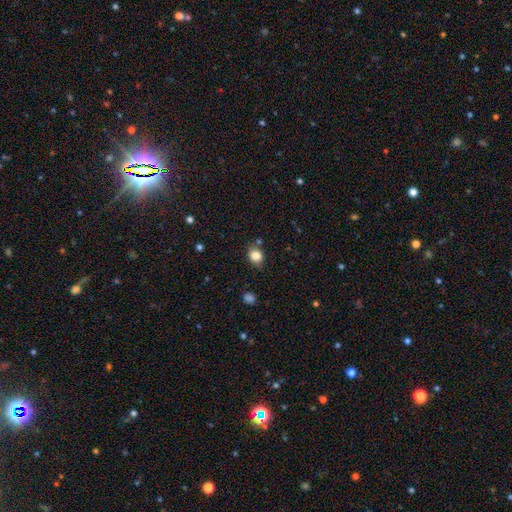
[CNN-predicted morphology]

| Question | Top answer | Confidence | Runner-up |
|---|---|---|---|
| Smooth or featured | smooth | 84% | star or artifact (10%) |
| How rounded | round | 51% | in between (48%) |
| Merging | none | 72% | minor disturbance (18%) |